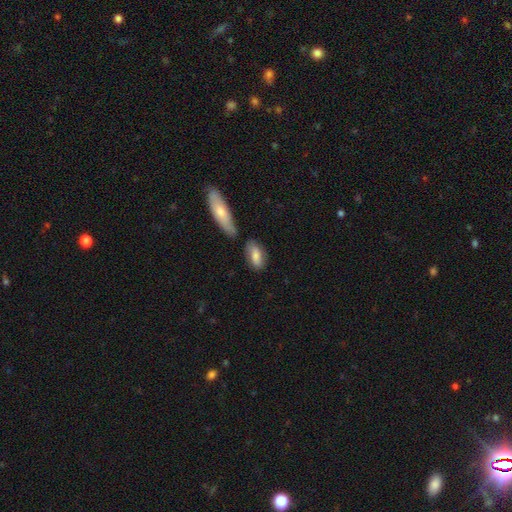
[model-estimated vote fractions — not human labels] The model was most divided on "merging": none: 66%, minor disturbance: 17%, merger: 12%, major disturbance: 5%. More confident: how rounded — in between (82%); smooth or featured — smooth (77%).